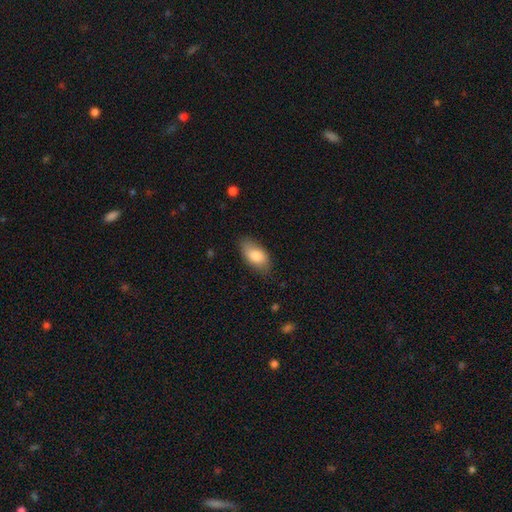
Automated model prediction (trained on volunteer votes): smooth 81%, featured or disk 12%, star or artifact 6%. Down the decision tree: how rounded — in between (92%); merging — none (76%).